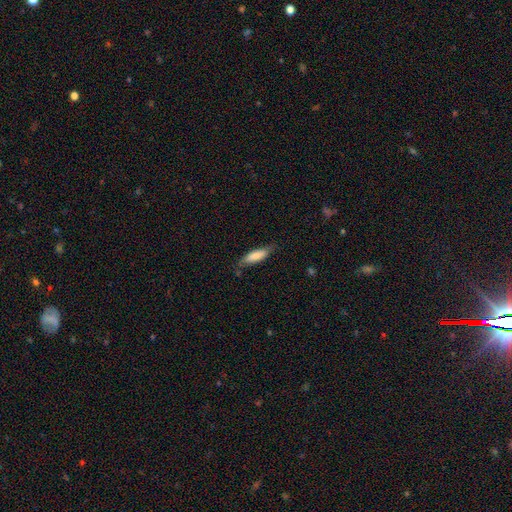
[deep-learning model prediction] A smooth galaxy with no disk features (80%) that is cigar-shaped (60%). Merging: none (72%).